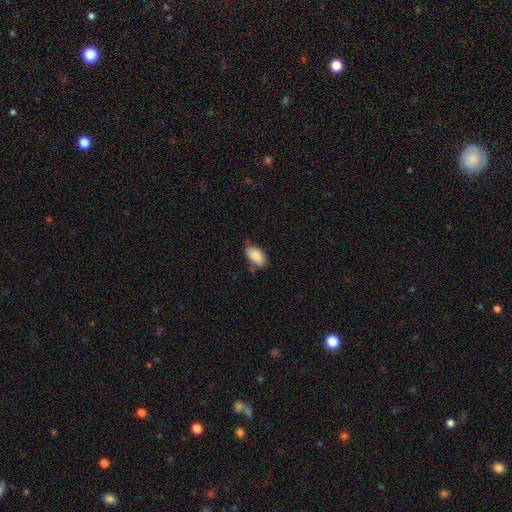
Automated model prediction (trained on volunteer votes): smooth_or_featured: smooth (p=0.85) [alt: featured or disk p=0.08]
how_rounded: in between (p=0.92) [alt: round p=0.05]
merging: none (p=0.59) [alt: minor disturbance p=0.32]